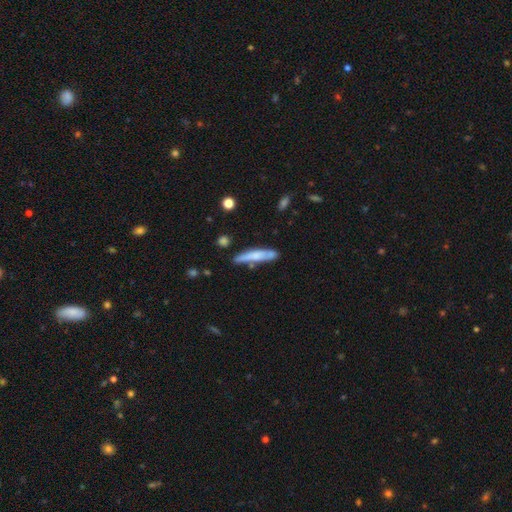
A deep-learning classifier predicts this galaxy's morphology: Overall: smooth (63%; featured or disk 31%). How rounded: cigar-shaped (88%). Merging: none (67%).